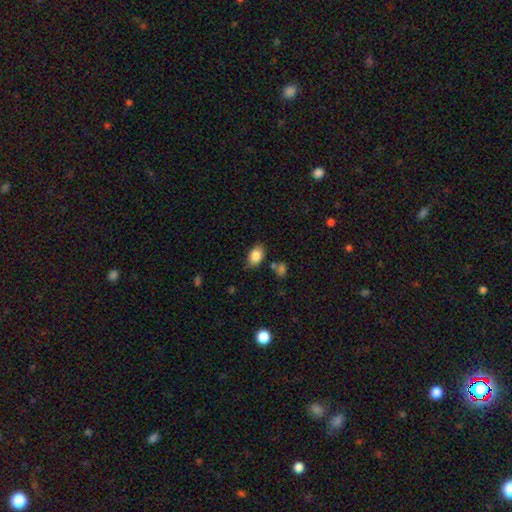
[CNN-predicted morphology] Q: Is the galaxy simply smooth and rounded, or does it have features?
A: smooth — 85%.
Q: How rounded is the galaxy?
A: in between — 85%.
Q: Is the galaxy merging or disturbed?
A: none — 74%.